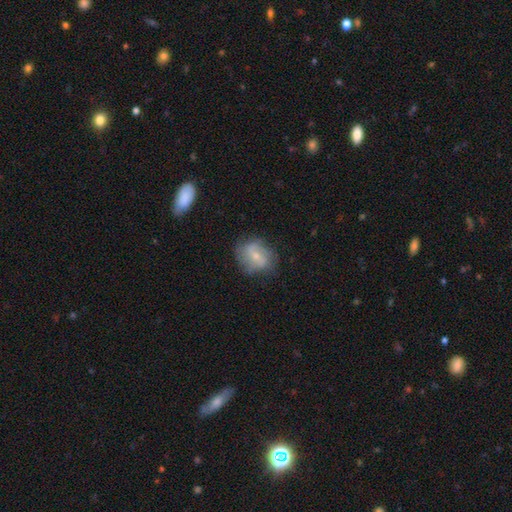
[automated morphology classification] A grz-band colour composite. It shows a featured or disk galaxy (47%). Merging: none (65%).